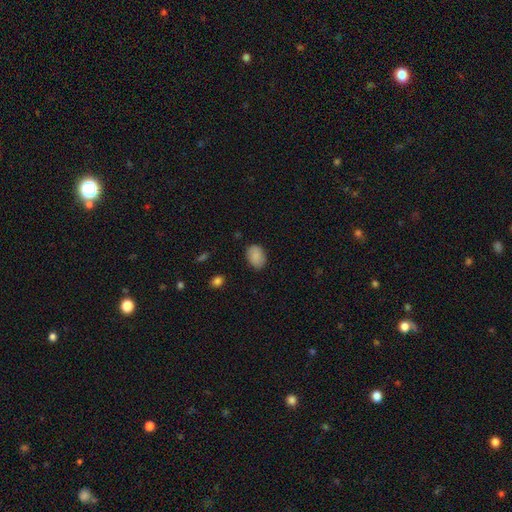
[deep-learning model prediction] A smooth galaxy with no disk features (87%) that is in between round and cigar-shaped (77%).

Vote fractions:
- Smooth or featured? smooth: 87% / star or artifact: 7% / featured or disk: 5%
- How rounded? in between: 77% / round: 22% / cigar-shaped: 1%
- Merging? none: 82% / minor disturbance: 13% / major disturbance: 3% / merger: 1%